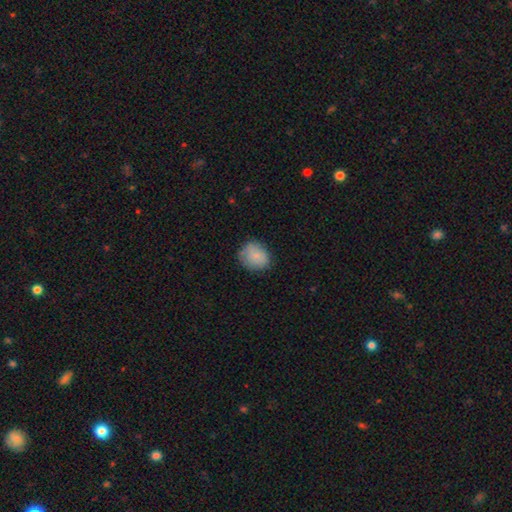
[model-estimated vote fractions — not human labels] The model was most divided on "how rounded": round: 67%, in between: 32%, cigar-shaped: 1%. More confident: smooth or featured — smooth (82%); merging — none (73%).